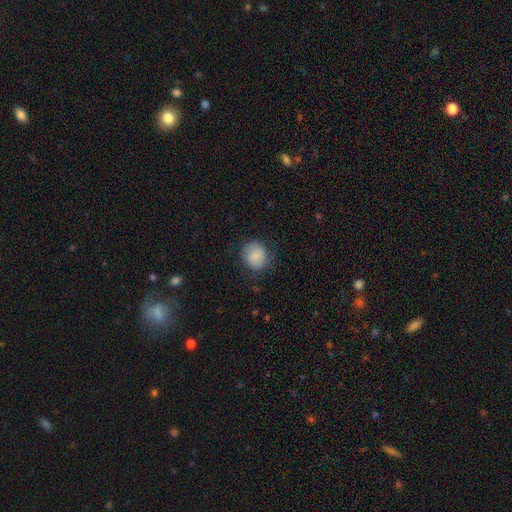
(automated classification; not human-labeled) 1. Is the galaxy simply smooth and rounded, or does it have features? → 86% smooth, 7% star or artifact, 7% featured or disk.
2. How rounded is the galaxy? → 74% round, 25% in between, 1% cigar-shaped.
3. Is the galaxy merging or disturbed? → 76% none, 17% minor disturbance, 6% major disturbance, 1% merger.